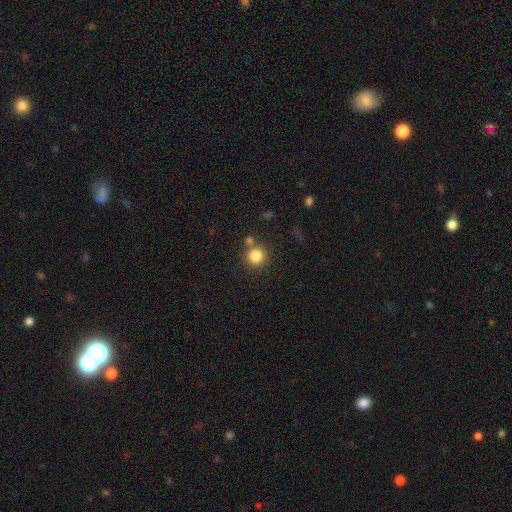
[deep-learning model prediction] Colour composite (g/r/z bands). It shows a smooth galaxy with no disk features (84%) that is round (94%). Merging: none (77%).